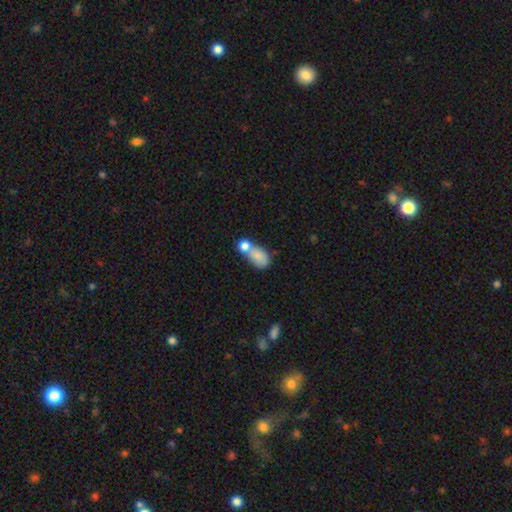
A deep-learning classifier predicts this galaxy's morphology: Overall: smooth (76%). How rounded: in between (76%). Merging: merger (60%; none 21%).